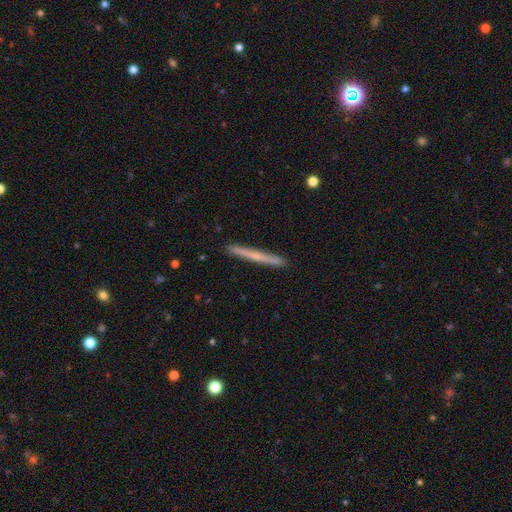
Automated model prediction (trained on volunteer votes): A featured or disk galaxy (49%). Merging: none (91%).